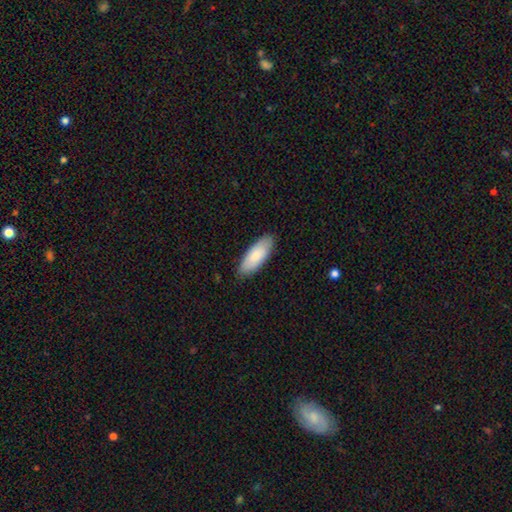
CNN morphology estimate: smooth 85%, featured or disk 10%, star or artifact 5%. Down the decision tree: how rounded — in between (74%); merging — none (85%).